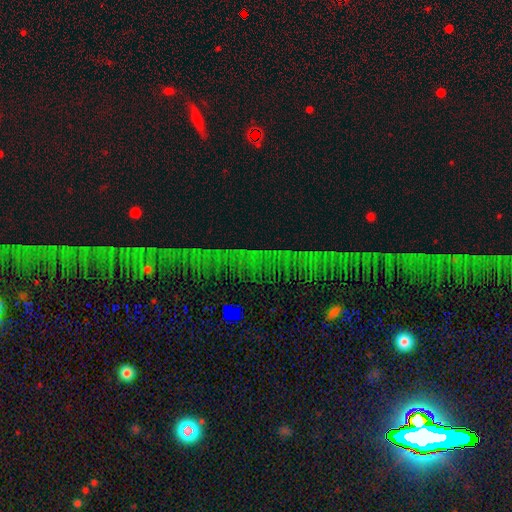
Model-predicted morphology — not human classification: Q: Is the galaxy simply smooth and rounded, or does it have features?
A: star or artifact — 76%.